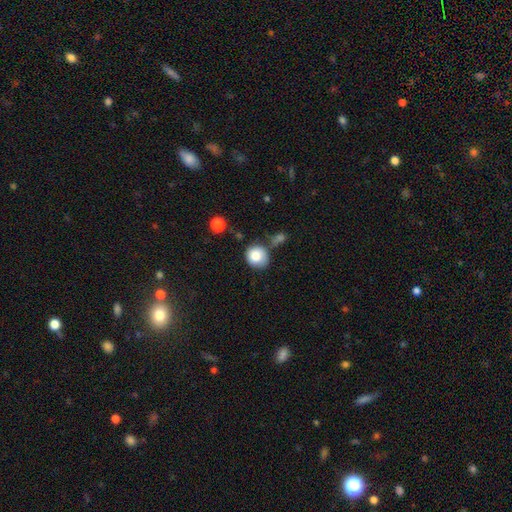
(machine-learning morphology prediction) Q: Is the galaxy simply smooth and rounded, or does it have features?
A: smooth — 82%.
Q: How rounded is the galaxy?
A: round — 85%.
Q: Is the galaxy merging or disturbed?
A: none — 59%.